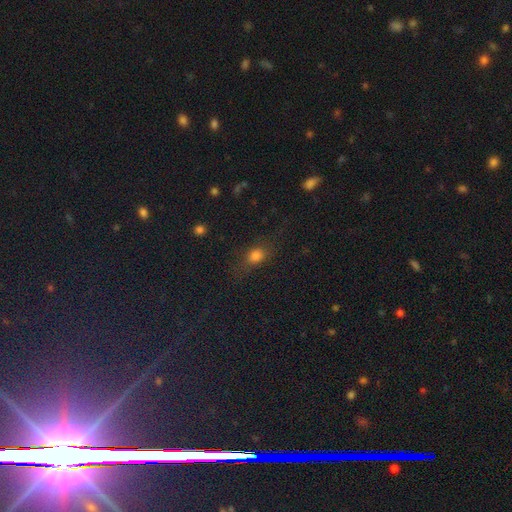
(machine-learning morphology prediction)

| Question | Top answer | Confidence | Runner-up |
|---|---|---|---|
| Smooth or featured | smooth | 73% | star or artifact (15%) |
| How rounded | in between | 53% | round (37%) |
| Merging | none | 67% | minor disturbance (19%) |